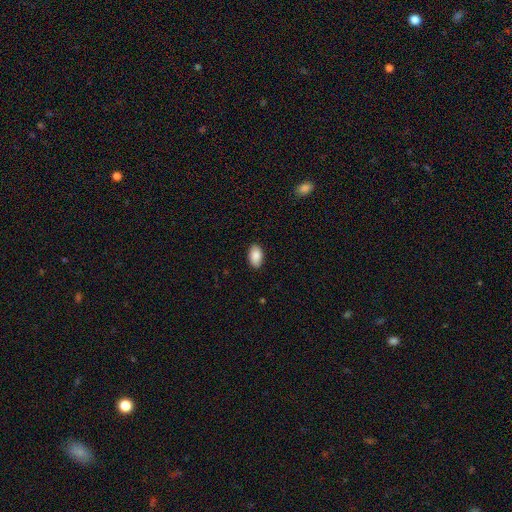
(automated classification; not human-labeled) This appears to be a smooth galaxy with no disk features (88%) that is in between round and cigar-shaped (94%). Merging: none (88%).